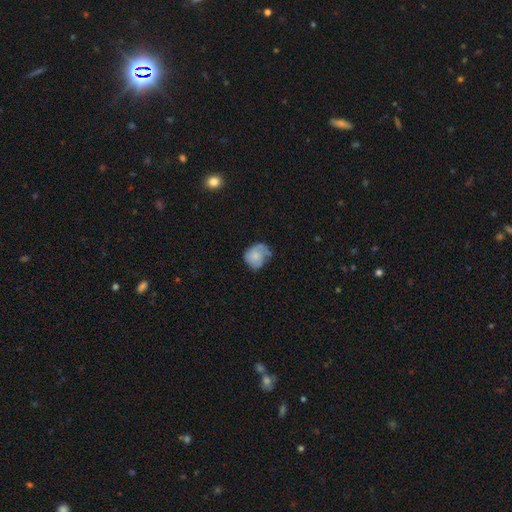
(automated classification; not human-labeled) This is likely a smooth galaxy (65%). How rounded: likely round (66%). Merging: marginally none (41%).